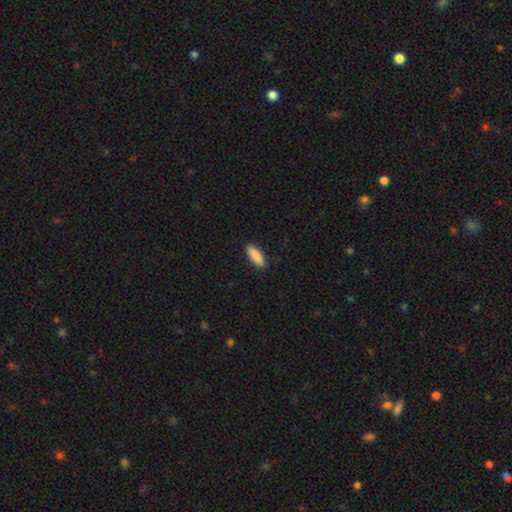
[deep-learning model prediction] Smooth or featured?
  - smooth: 89% *
  - star or artifact: 6%
  - featured or disk: 5%
How rounded?
  - in between: 56% *
  - cigar-shaped: 42%
  - round: 2%
Merging?
  - none: 90% *
  - minor disturbance: 8%
  - major disturbance: 2%
  - merger: 1%